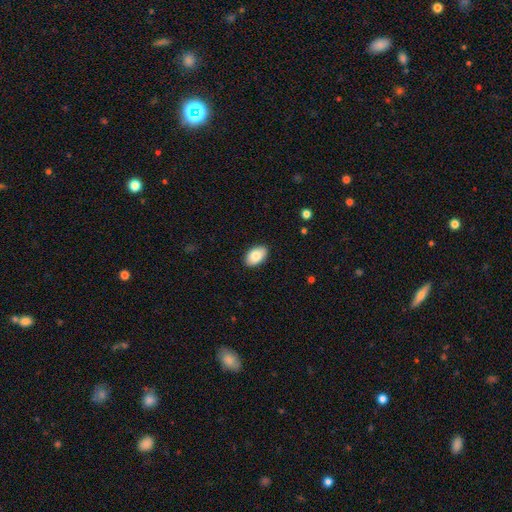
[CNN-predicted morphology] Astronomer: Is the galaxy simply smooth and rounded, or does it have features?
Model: smooth — 84%.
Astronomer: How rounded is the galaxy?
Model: in between — 93%.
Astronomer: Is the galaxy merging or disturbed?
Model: none — 89%.